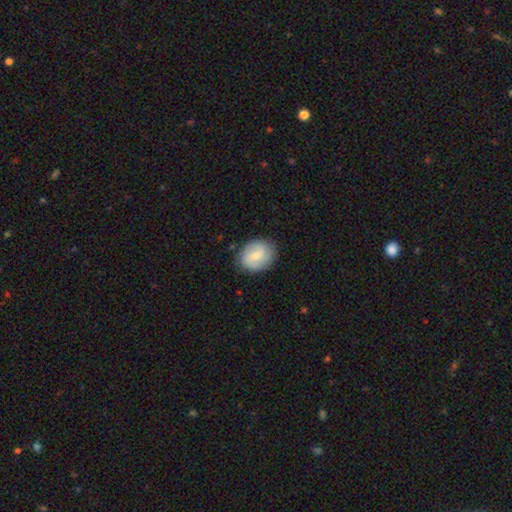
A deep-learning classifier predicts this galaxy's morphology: Overall: smooth (53%; featured or disk 40%). How rounded: round (55%; in between 44%). Merging: none (81%).